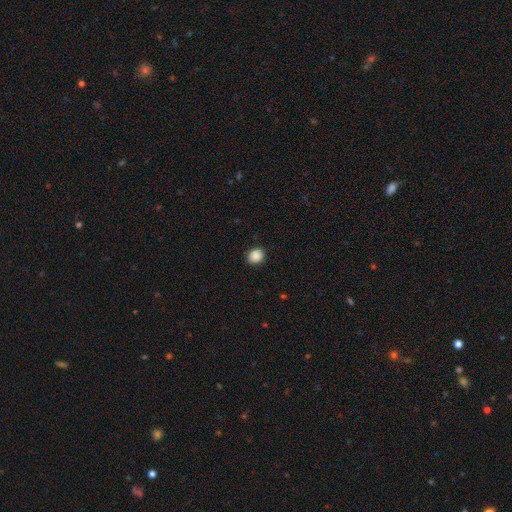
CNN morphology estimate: The model was most divided on "how rounded": round: 68%, in between: 31%, cigar-shaped: 1%. More confident: merging — none (89%); smooth or featured — smooth (89%).